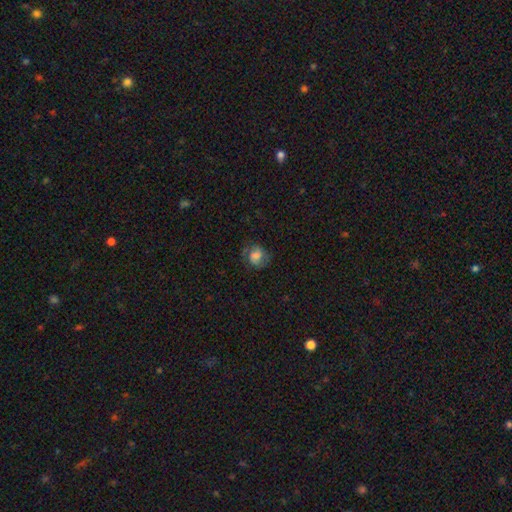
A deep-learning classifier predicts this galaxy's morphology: Smooth or featured? smooth (55%)
How rounded? round (62%)
Merging? none (62%)